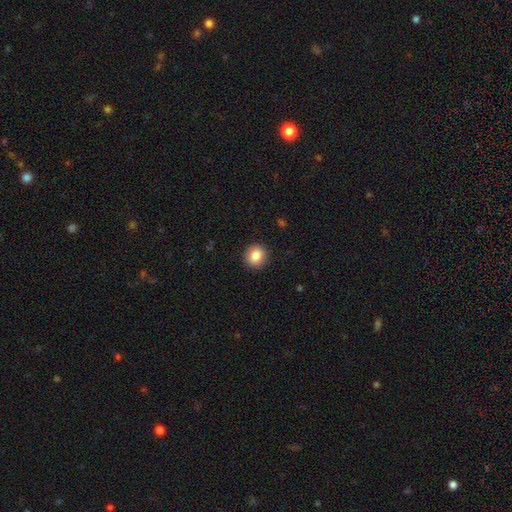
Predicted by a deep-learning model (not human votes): A smooth galaxy with no disk features (85%) that is round (85%). Merging: none (91%).